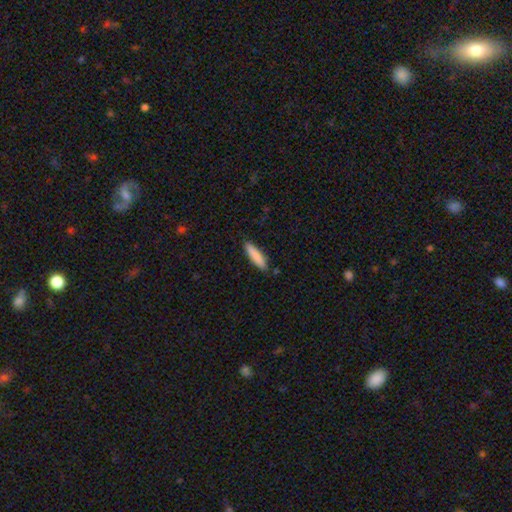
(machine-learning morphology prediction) A smooth galaxy with no disk features (85%) that is cigar-shaped (76%).

Vote fractions:
- Smooth or featured? smooth: 85% / featured or disk: 9% / star or artifact: 6%
- How rounded? cigar-shaped: 76% / in between: 23% / round: 1%
- Merging? none: 86% / minor disturbance: 10% / merger: 2% / major disturbance: 2%